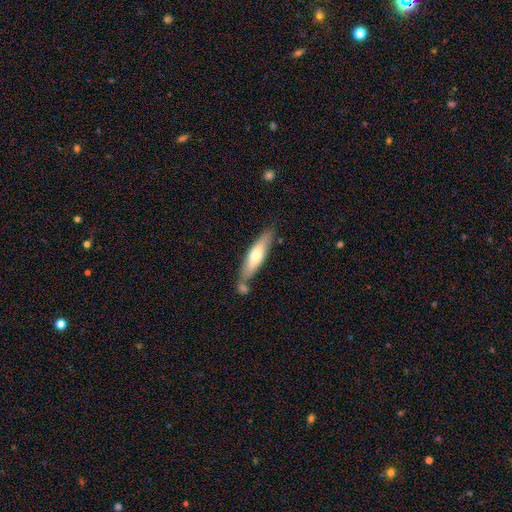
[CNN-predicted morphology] Smooth or featured? smooth (56%)
How rounded? cigar-shaped (73%)
Merging? none (63%)